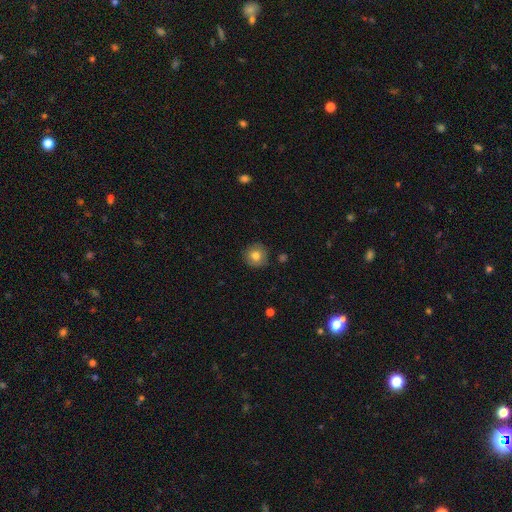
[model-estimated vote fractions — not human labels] Smooth or featured? smooth (78%)
How rounded? round (93%)
Merging? none (87%)